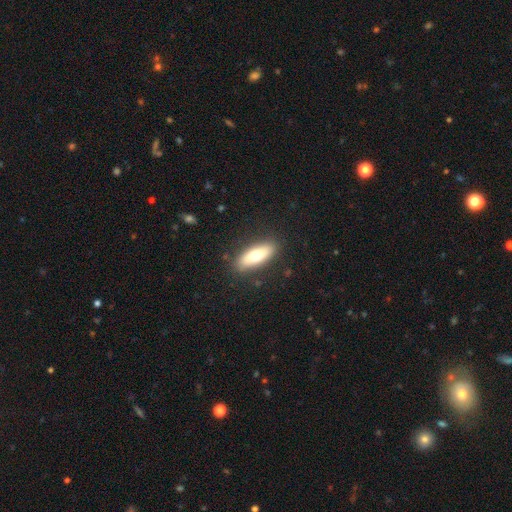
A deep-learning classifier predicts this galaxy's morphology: This is likely a smooth galaxy (69%). How rounded: likely in between (66%). Merging: clearly none (86%).